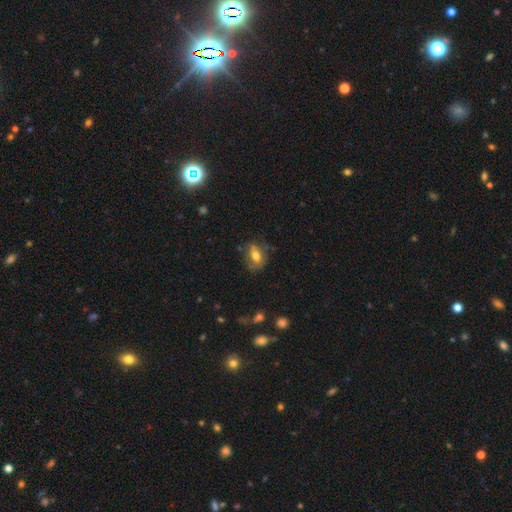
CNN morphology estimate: Overall: smooth (59%; featured or disk 32%). How rounded: in between (69%). Merging: none (57%; minor disturbance 27%).